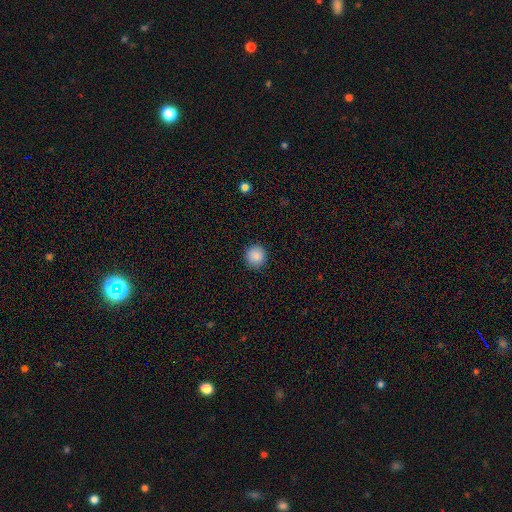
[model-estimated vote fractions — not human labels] The model was most divided on "smooth or featured": smooth: 88%, star or artifact: 9%, featured or disk: 3%. More confident: how rounded — round (93%); merging — none (92%).